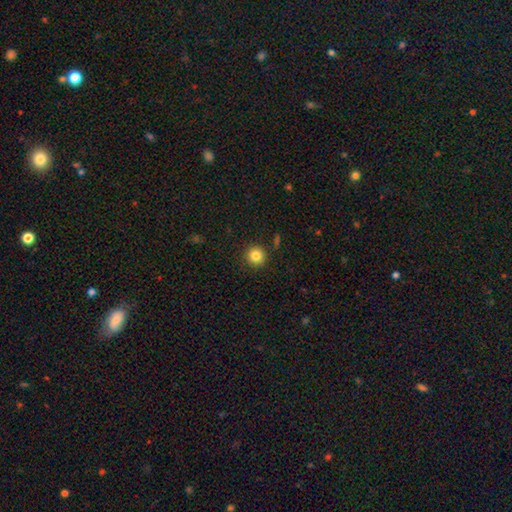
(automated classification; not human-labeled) Smooth or featured?
  - smooth: 84% *
  - star or artifact: 11%
  - featured or disk: 5%
How rounded?
  - round: 94% *
  - in between: 5%
  - cigar-shaped: 1%
Merging?
  - none: 91% *
  - minor disturbance: 6%
  - major disturbance: 2%
  - merger: 2%